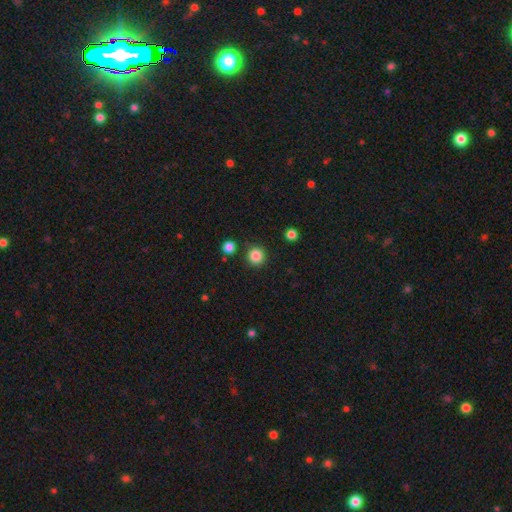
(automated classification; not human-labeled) Q: Smooth or featured?
A: smooth (86%); runner-up: star or artifact (11%)
Q: How rounded?
A: round (95%); runner-up: in between (4%)
Q: Merging?
A: none (90%); runner-up: minor disturbance (5%)